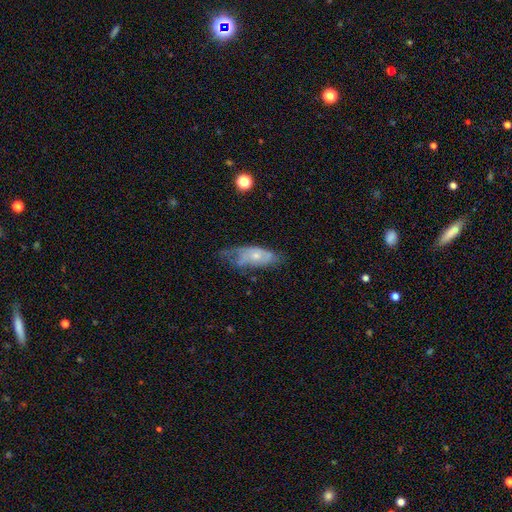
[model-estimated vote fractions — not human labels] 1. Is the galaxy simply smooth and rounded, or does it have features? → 52% featured or disk, 41% smooth, 8% star or artifact.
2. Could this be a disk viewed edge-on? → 85% no, 15% yes.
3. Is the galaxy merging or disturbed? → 39% none, 34% minor disturbance, 24% major disturbance, 3% merger.